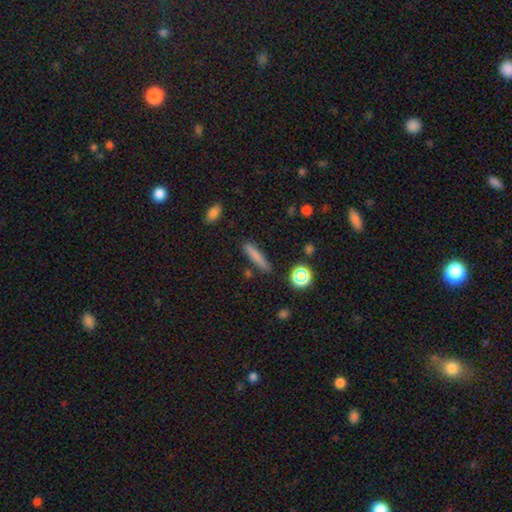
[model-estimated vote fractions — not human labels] Morphology: type=smooth (76%); roundness=cigar-shaped (89%); merging=none (85%).